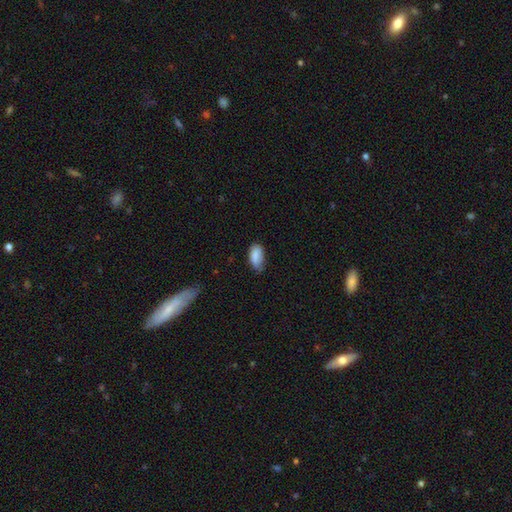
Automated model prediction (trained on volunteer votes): Smooth or featured? smooth (86%)
How rounded? in between (93%)
Merging? none (56%)